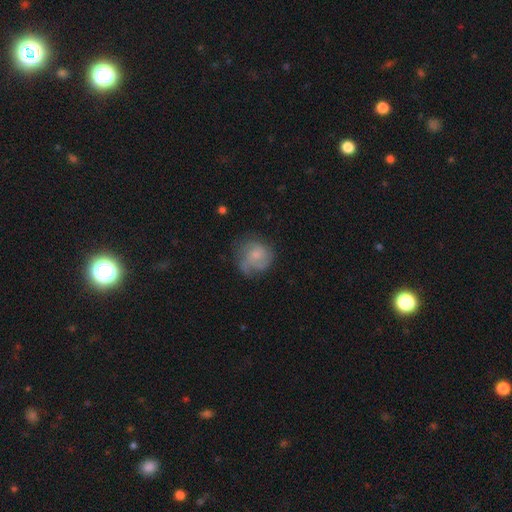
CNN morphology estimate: Q: Smooth or featured?
A: featured or disk (56%); runner-up: smooth (36%)
Q: Edge-on disk?
A: no (98%); runner-up: yes (2%)
Q: Bar?
A: no (73%); runner-up: weak (25%)
Q: Spiral arms?
A: yes (85%); runner-up: no (15%)
Q: Bulge size?
A: small (53%); runner-up: moderate (26%)
Q: Merging?
A: none (60%); runner-up: minor disturbance (23%)